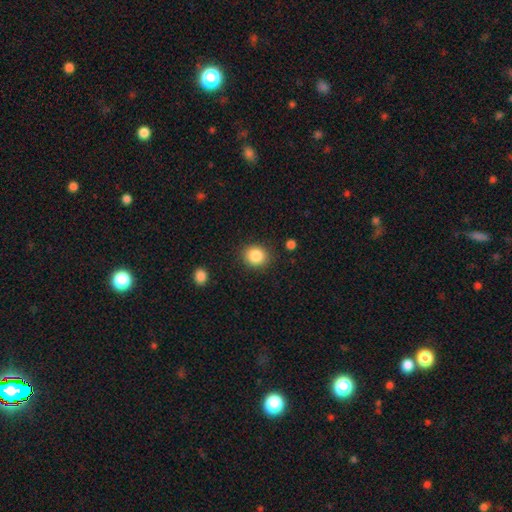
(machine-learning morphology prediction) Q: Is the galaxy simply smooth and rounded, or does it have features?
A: smooth — 86%.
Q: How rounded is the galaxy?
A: round — 80%.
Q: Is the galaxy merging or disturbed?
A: none — 88%.